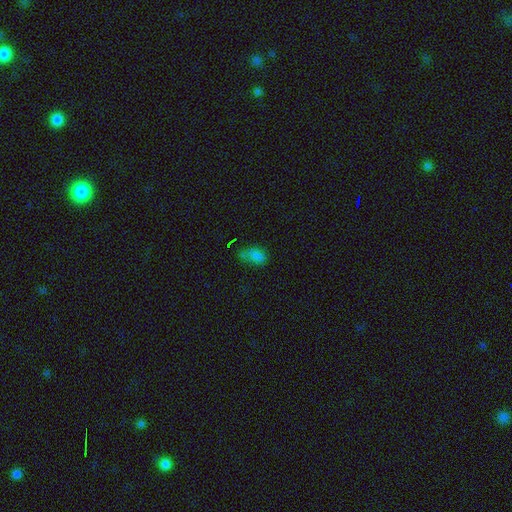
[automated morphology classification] Smooth or featured? Predicted: smooth (p=0.73). How rounded? Predicted: in between (p=0.87). Merging? Predicted: none (p=0.47).